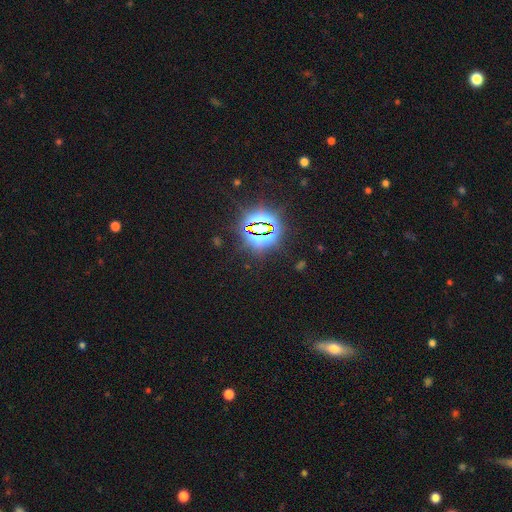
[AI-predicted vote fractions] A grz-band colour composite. It shows a star or artifact, not a galaxy (80%).